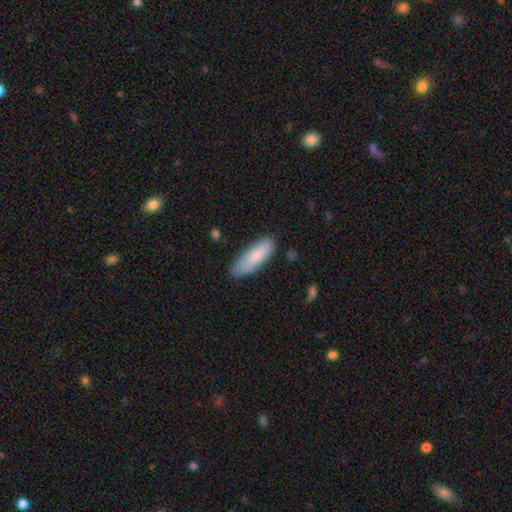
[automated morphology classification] Smooth or featured? smooth (81%)
How rounded? in between (55%)
Merging? none (75%)